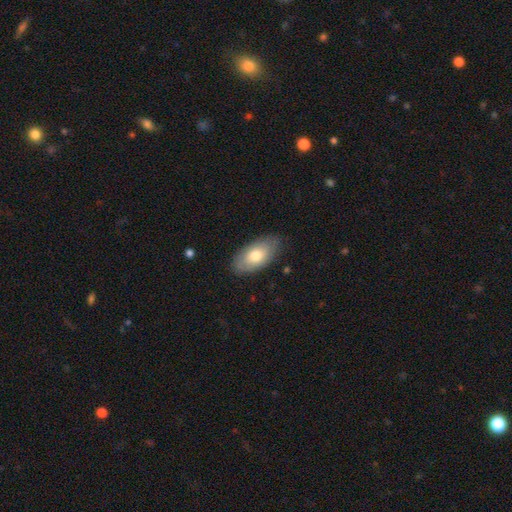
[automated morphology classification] A smooth galaxy with no disk features (73%) that is in between round and cigar-shaped (93%). Merging: none (82%).